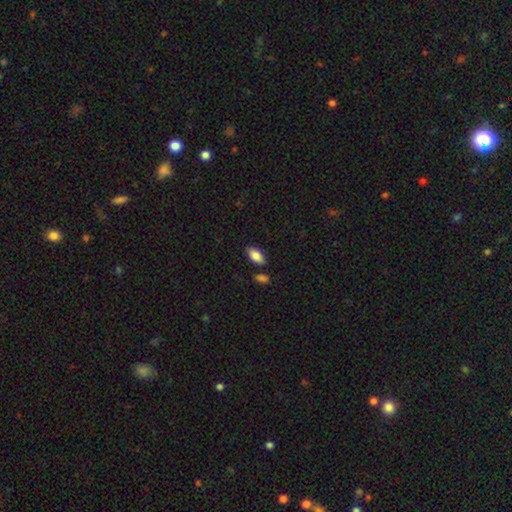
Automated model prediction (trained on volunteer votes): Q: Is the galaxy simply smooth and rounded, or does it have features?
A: smooth — 86%.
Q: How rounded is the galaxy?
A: in between — 92%.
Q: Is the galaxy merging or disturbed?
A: none — 82%.